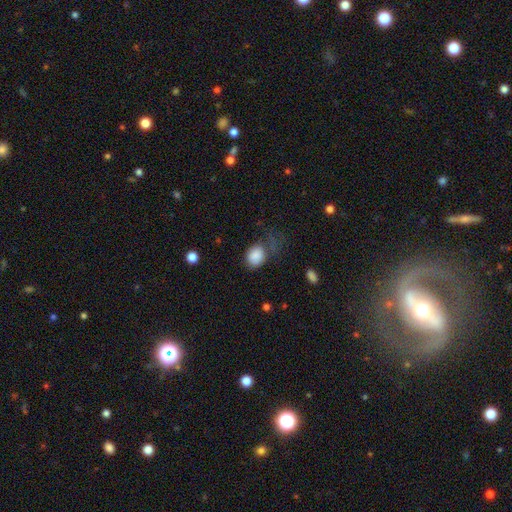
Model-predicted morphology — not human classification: smooth 86%, star or artifact 8%, featured or disk 6%. Down the decision tree: how rounded — in between (51%); merging — none (47%).